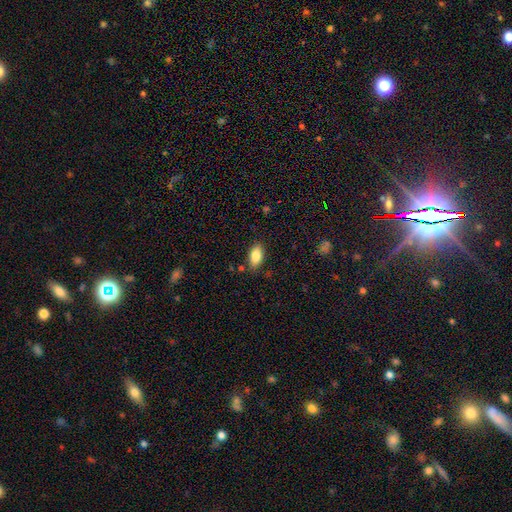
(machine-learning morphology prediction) Overall: smooth (84%). How rounded: in between (91%). Merging: none (85%).